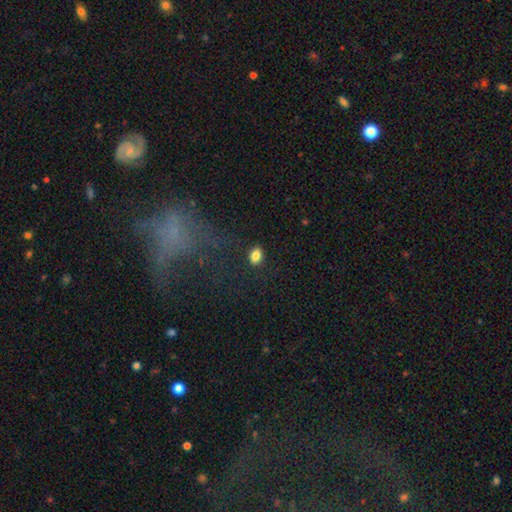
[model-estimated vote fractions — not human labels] Morphology: type=smooth (83%); roundness=in between (81%); merging=none (86%).